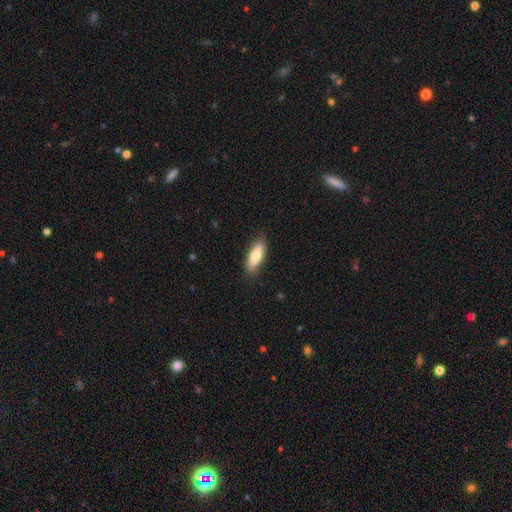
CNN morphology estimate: Smooth or featured?
  - smooth: 74% *
  - featured or disk: 20%
  - star or artifact: 6%
How rounded?
  - in between: 63% *
  - cigar-shaped: 35%
  - round: 2%
Merging?
  - none: 84% *
  - minor disturbance: 13%
  - major disturbance: 2%
  - merger: 1%